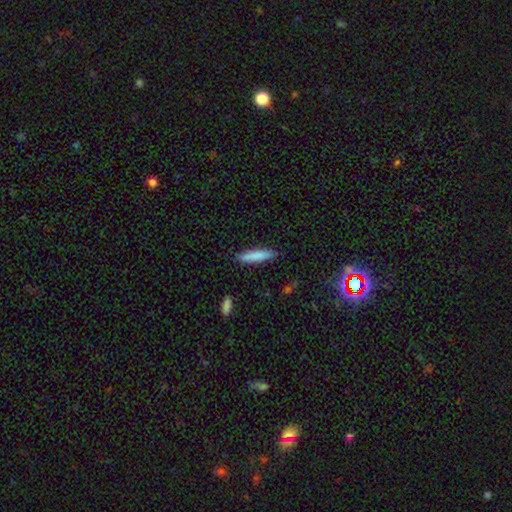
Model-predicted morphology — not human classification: Smooth or featured: smooth — 83% (featured or disk — 11%)
How rounded: cigar-shaped — 86% (in between — 13%)
Merging: none — 88% (minor disturbance — 9%)